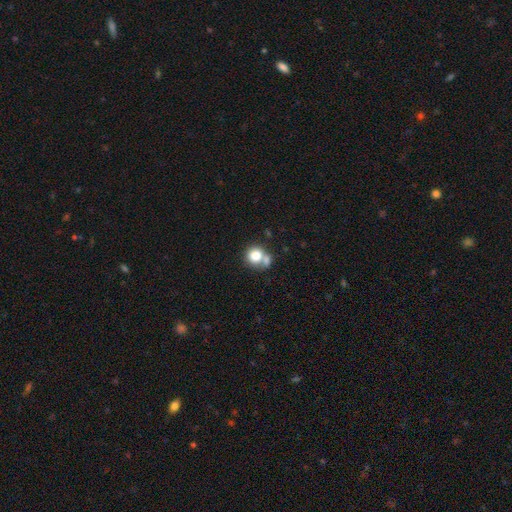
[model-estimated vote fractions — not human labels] This appears to be a smooth galaxy with no disk features (79%) that is round (84%). Merging: none (46%).